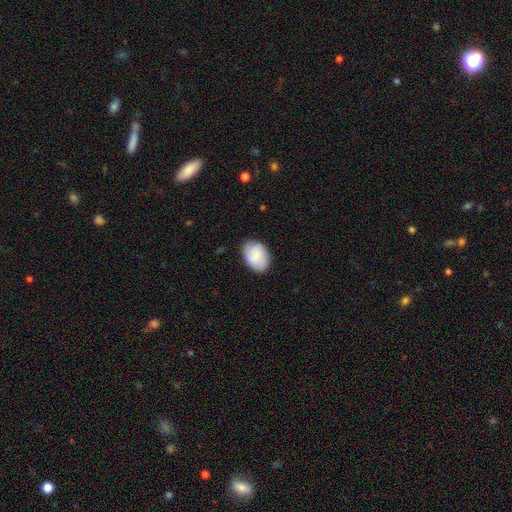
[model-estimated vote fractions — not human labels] Smooth or featured: smooth — 79% (featured or disk — 14%)
How rounded: in between — 79% (round — 20%)
Merging: none — 79% (minor disturbance — 17%)